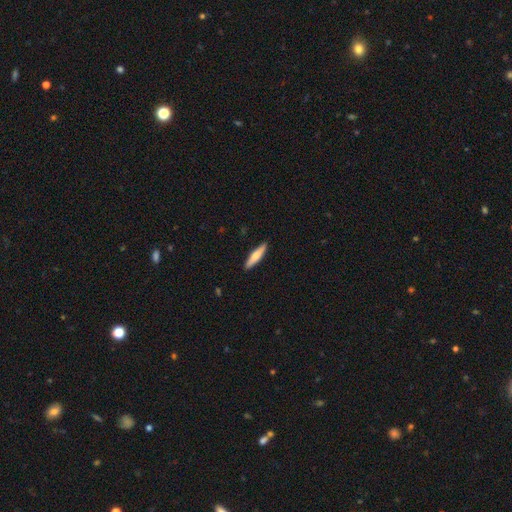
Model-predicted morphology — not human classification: This appears to be a smooth galaxy with no disk features (69%) that is cigar-shaped (81%). Merging: none (90%).